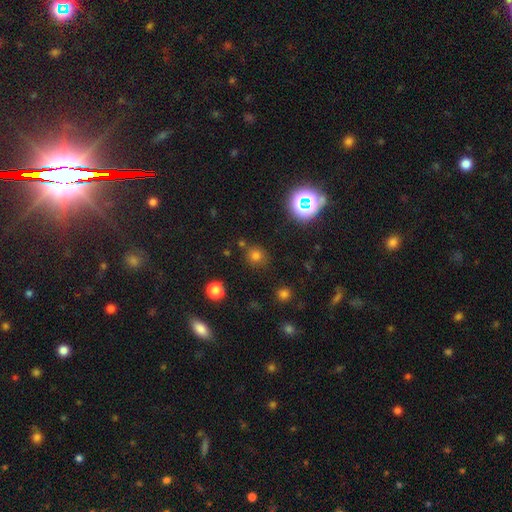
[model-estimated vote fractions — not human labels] smooth-or-featured: smooth: 71% | star or artifact: 22% | featured or disk: 7%
  how-rounded: round: 86% | in between: 13% | cigar-shaped: 1%
  merging: none: 80% | minor disturbance: 10% | merger: 6% | major disturbance: 4%